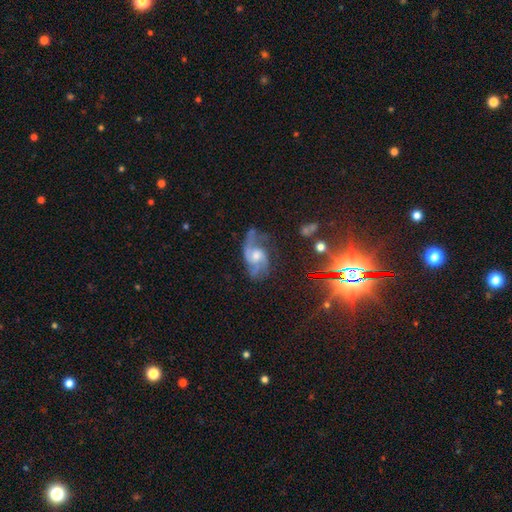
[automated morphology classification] The model was most divided on "spiral winding": medium: 48%, loose: 37%, tight: 16%. Remaining: edge-on disk — no (97%); spiral arms — yes (95%); smooth or featured — featured or disk (80%); bar — no (63%); bulge size — moderate (59%); merging — none (56%); spiral arm count — 2 (44%).